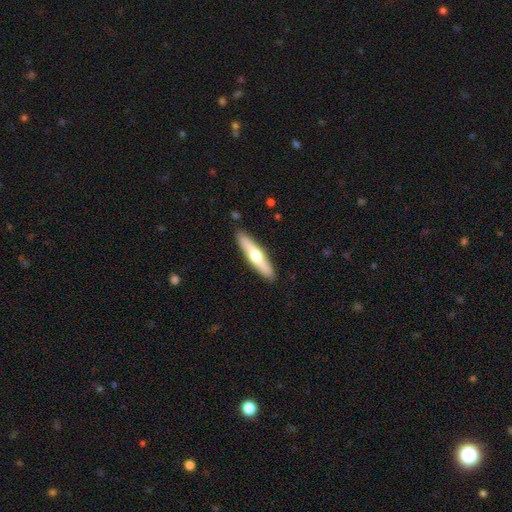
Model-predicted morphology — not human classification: smooth-or-featured: smooth: 48% (tied) | featured or disk: 48% (tied) | star or artifact: 5%
  merging: none: 89% | minor disturbance: 8% | major disturbance: 2% | merger: 1%